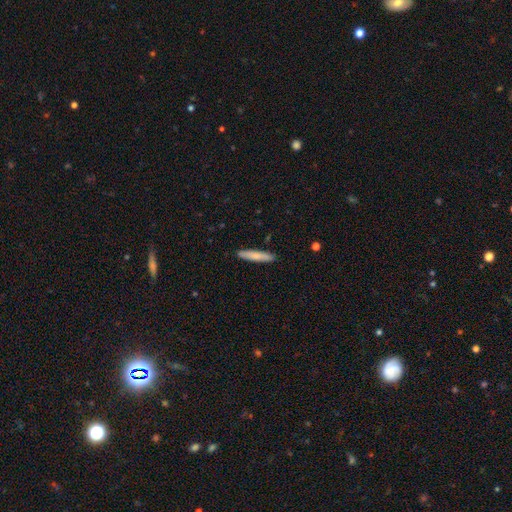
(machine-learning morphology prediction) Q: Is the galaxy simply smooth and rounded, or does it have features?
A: smooth — 78%.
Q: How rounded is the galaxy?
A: cigar-shaped — 91%.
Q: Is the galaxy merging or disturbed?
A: none — 90%.